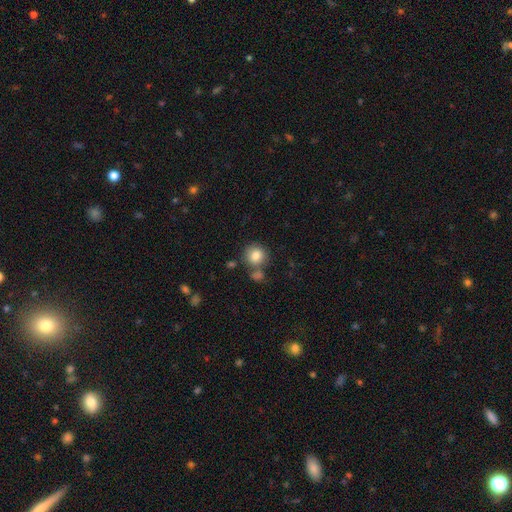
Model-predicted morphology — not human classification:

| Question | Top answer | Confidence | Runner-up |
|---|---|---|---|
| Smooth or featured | smooth | 83% | star or artifact (9%) |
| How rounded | round | 89% | in between (10%) |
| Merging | none | 67% | merger (18%) |